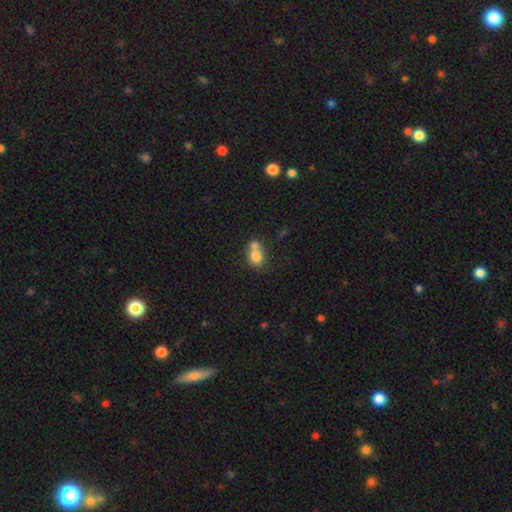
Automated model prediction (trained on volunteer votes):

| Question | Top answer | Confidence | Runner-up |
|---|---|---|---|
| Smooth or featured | smooth | 77% | featured or disk (13%) |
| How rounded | round | 50% | in between (48%) |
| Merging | merger | 57% | none (29%) |